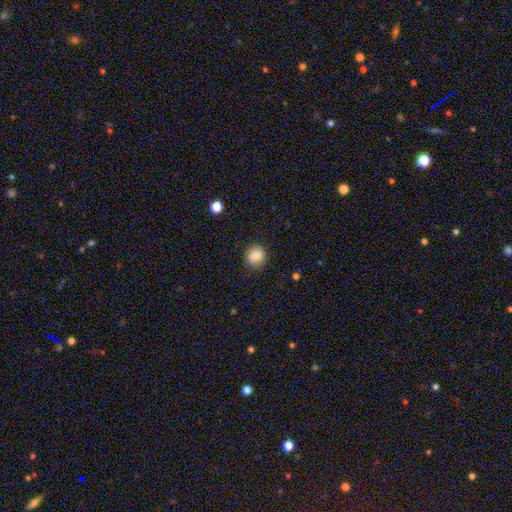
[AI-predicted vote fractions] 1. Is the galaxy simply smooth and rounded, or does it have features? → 84% smooth, 9% star or artifact, 6% featured or disk.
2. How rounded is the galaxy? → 88% round, 11% in between, 1% cigar-shaped.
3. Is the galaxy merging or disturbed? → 89% none, 8% minor disturbance, 2% major disturbance, 1% merger.